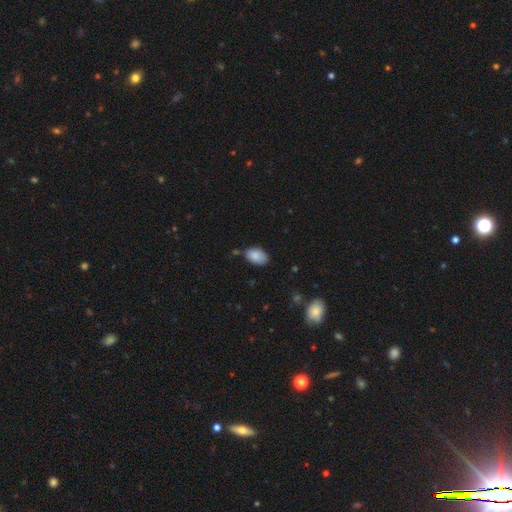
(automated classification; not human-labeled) Morphology: type=smooth (88%); roundness=in between (90%); merging=none (72%).